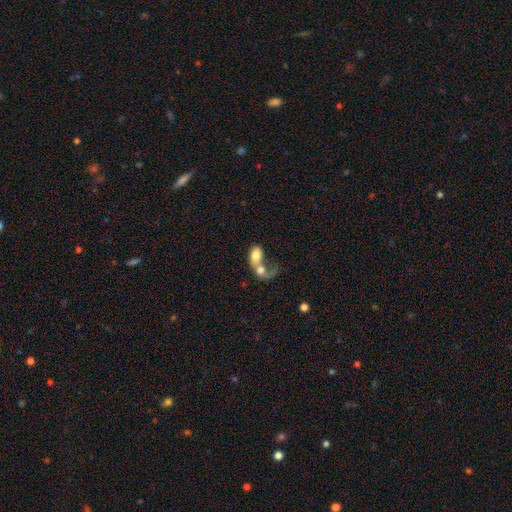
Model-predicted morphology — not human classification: Overall: smooth (69%). How rounded: in between (79%). Merging: merger (76%).